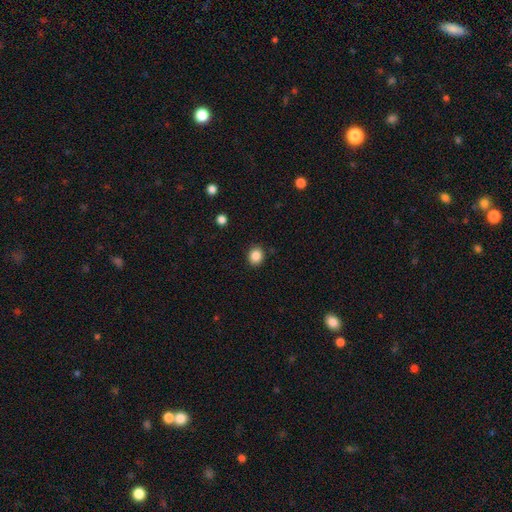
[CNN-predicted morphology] This is clearly a smooth galaxy (87%). How rounded: likely round (77%). Merging: clearly none (89%).